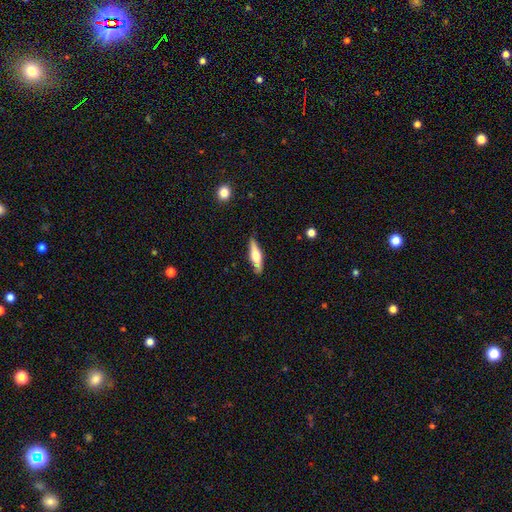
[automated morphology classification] This appears to be a smooth galaxy with no disk features (47%, tied with featured or disk). Merging: none (81%).